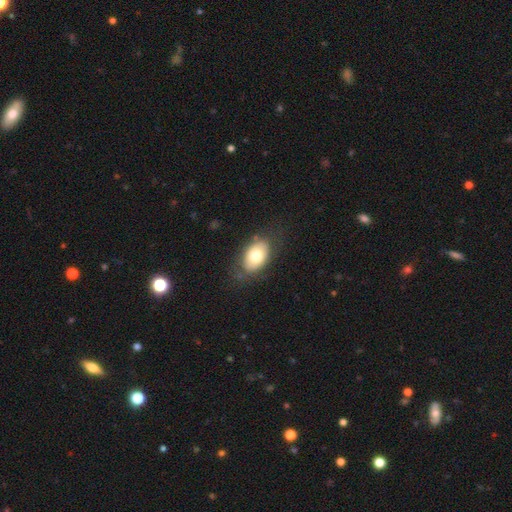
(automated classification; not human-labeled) Q: Smooth or featured?
A: smooth (73%); runner-up: featured or disk (19%)
Q: How rounded?
A: in between (89%); runner-up: round (10%)
Q: Merging?
A: none (77%); runner-up: minor disturbance (16%)